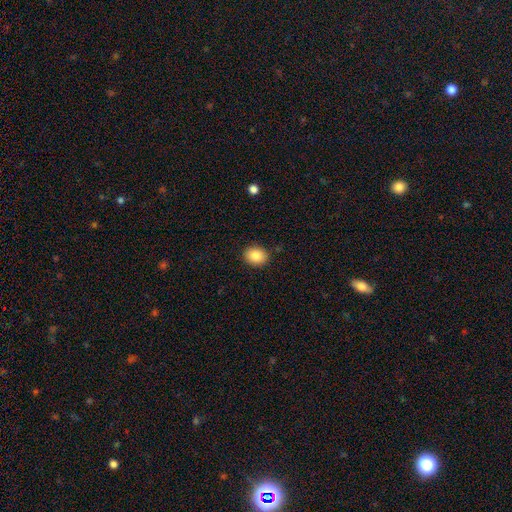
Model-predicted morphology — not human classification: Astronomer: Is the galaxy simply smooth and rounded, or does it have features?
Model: smooth — 86%.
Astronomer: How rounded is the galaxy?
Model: round — 51% (runner-up: in between, 48%).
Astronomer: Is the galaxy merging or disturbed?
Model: none — 89%.